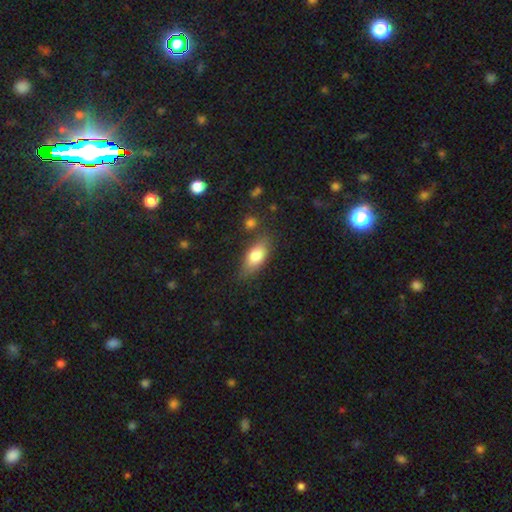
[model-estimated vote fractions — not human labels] smooth_or_featured: smooth (p=0.78) [alt: featured or disk p=0.15]
how_rounded: in between (p=0.84) [alt: cigar-shaped p=0.12]
merging: none (p=0.74) [alt: minor disturbance p=0.18]